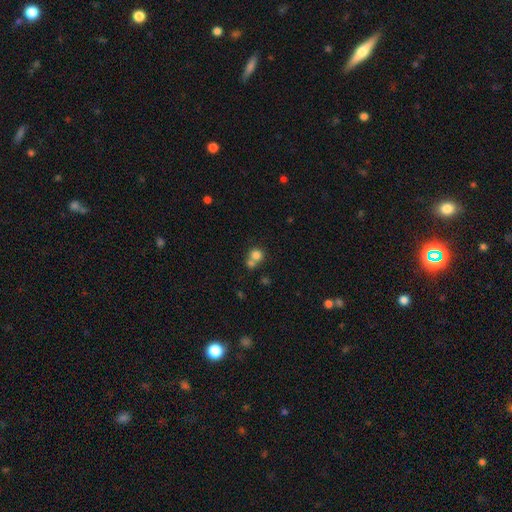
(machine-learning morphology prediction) smooth 77%, star or artifact 12%, featured or disk 11%. Down the decision tree: how rounded — round (83%); merging — merger (49%).